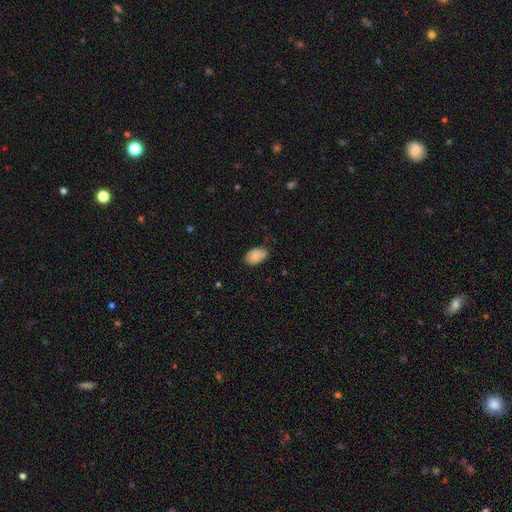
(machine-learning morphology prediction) The model was most divided on "merging": none: 70%, minor disturbance: 25%, major disturbance: 4%, merger: 1%. More confident: how rounded — in between (89%); smooth or featured — smooth (85%).